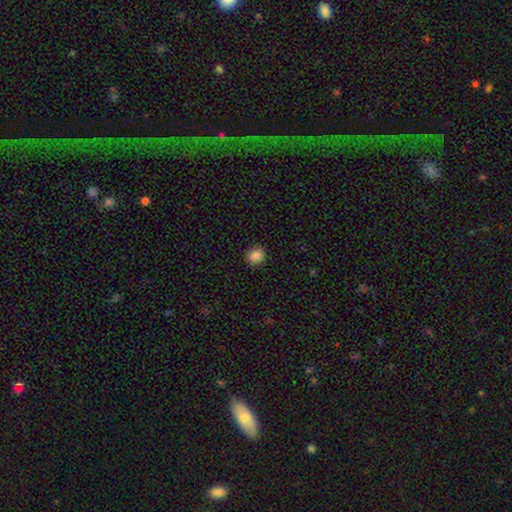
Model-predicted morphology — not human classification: Smooth or featured?
  - smooth: 85% *
  - star or artifact: 11%
  - featured or disk: 4%
How rounded?
  - round: 76% *
  - in between: 23%
  - cigar-shaped: 1%
Merging?
  - none: 90% *
  - minor disturbance: 7%
  - major disturbance: 2%
  - merger: 1%